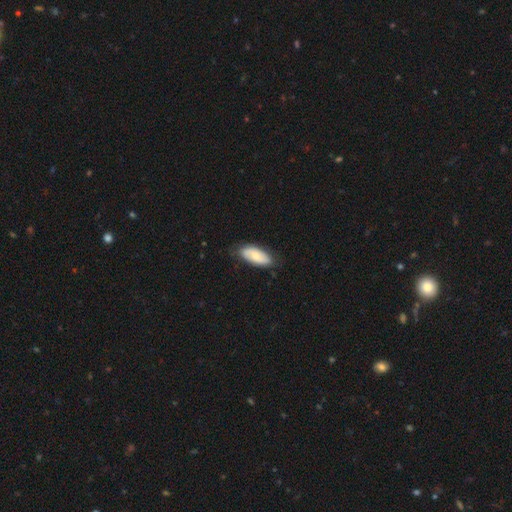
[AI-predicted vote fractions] Q: Smooth or featured?
A: smooth (62%); runner-up: featured or disk (33%)
Q: How rounded?
A: in between (87%); runner-up: cigar-shaped (11%)
Q: Merging?
A: none (78%); runner-up: minor disturbance (18%)